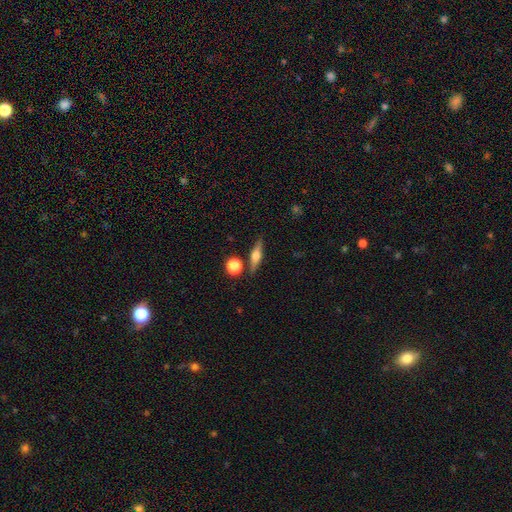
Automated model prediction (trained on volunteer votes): Q: Smooth or featured?
A: featured or disk (57%); runner-up: smooth (35%)
Q: Edge-on disk?
A: yes (95%); runner-up: no (5%)
Q: Edge-on bulge?
A: rounded (89%); runner-up: boxy (8%)
Q: Merging?
A: none (83%); runner-up: minor disturbance (9%)